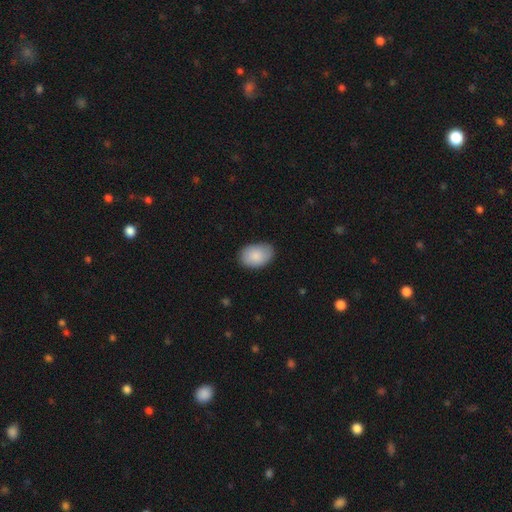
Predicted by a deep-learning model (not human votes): Q: Smooth or featured?
A: smooth (86%); runner-up: featured or disk (8%)
Q: How rounded?
A: in between (87%); runner-up: round (12%)
Q: Merging?
A: none (83%); runner-up: minor disturbance (14%)